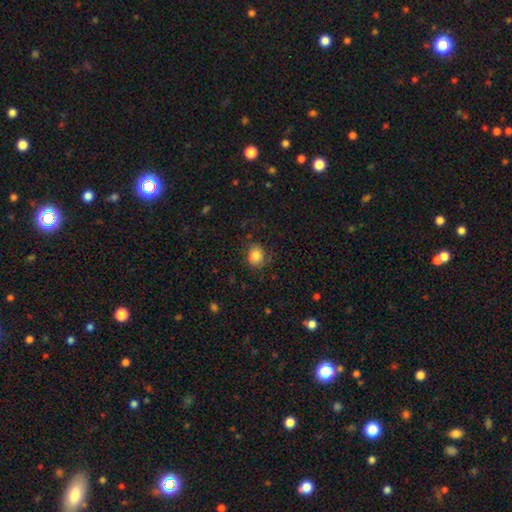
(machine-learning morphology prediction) smooth-or-featured: smooth: 83% | star or artifact: 10% | featured or disk: 7%
  how-rounded: round: 65% | in between: 34% | cigar-shaped: 1%
  merging: none: 76% | minor disturbance: 17% | major disturbance: 6% | merger: 1%